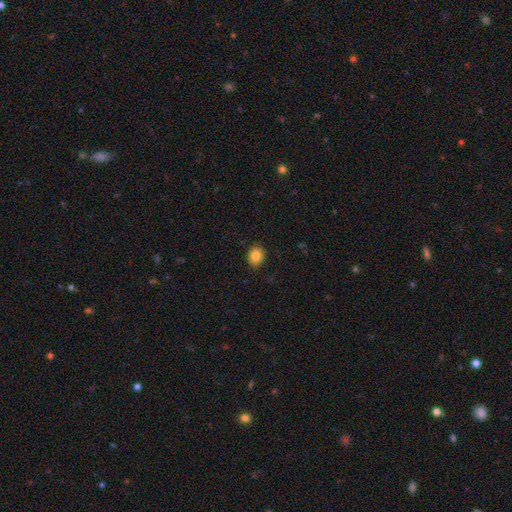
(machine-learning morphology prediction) A smooth galaxy with no disk features (84%) that is round (62%).

Vote fractions:
- Smooth or featured? smooth: 84% / star or artifact: 10% / featured or disk: 6%
- How rounded? round: 62% / in between: 37% / cigar-shaped: 1%
- Merging? none: 90% / minor disturbance: 8% / major disturbance: 2% / merger: 1%